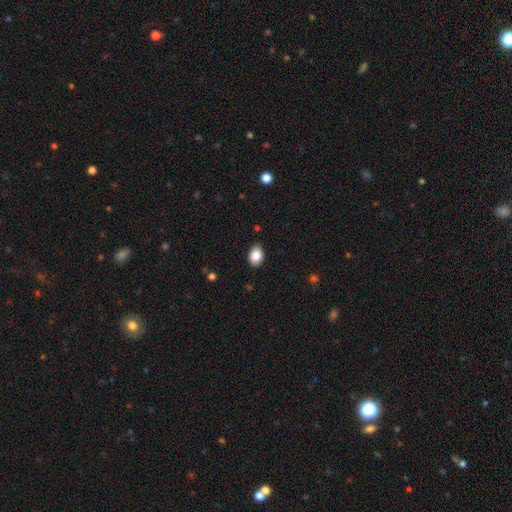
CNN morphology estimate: Smooth or featured? Predicted: smooth (p=0.87). How rounded? Predicted: in between (p=0.79). Merging? Predicted: none (p=0.87).